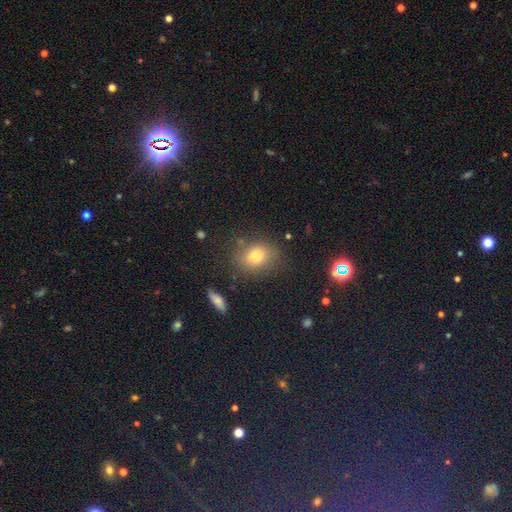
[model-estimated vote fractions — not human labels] Smooth or featured? smooth (74%)
How rounded? in between (58%)
Merging? none (77%)